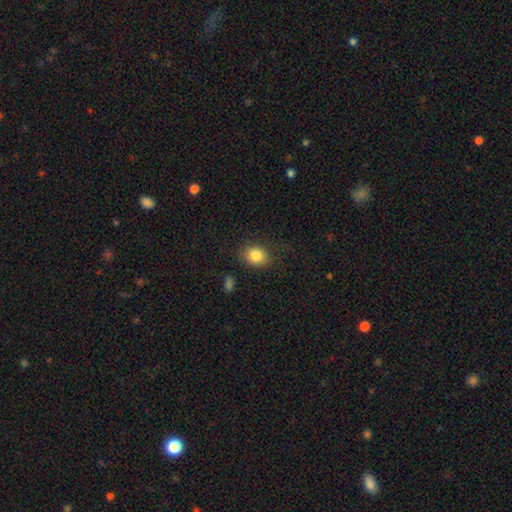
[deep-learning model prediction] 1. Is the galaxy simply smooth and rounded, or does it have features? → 84% smooth, 9% star or artifact, 7% featured or disk.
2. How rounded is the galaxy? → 52% round, 47% in between, 1% cigar-shaped.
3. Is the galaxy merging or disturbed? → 78% none, 15% minor disturbance, 5% major disturbance, 2% merger.